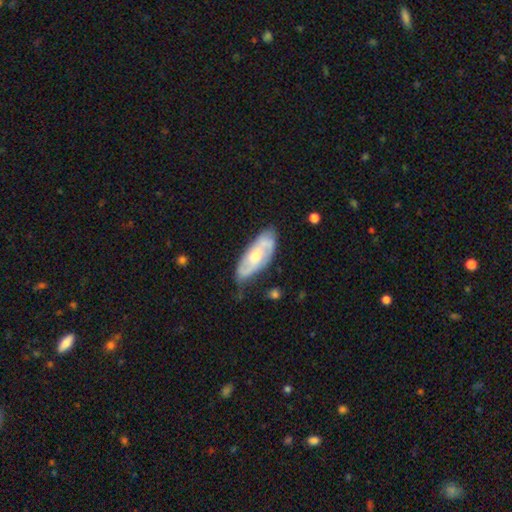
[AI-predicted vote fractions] Q: Smooth or featured?
A: featured or disk (66%); runner-up: smooth (29%)
Q: Edge-on disk?
A: no (86%); runner-up: yes (14%)
Q: Bar?
A: no (61%); runner-up: weak (32%)
Q: Spiral arms?
A: yes (83%); runner-up: no (17%)
Q: Bulge size?
A: moderate (63%); runner-up: small (27%)
Q: Merging?
A: none (66%); runner-up: minor disturbance (26%)